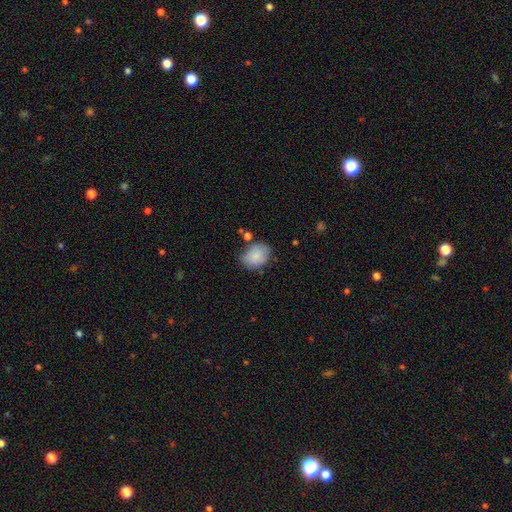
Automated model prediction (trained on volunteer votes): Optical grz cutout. It shows a smooth galaxy with no disk features (86%) that is in between round and cigar-shaped (66%). Merging: none (67%).